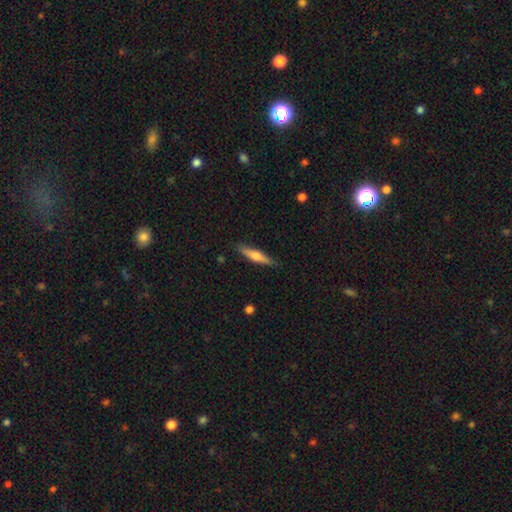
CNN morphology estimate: The model was most divided on "smooth or featured": smooth: 52%, featured or disk: 42%, star or artifact: 6%. More confident: merging — none (87%); how rounded — cigar-shaped (86%).